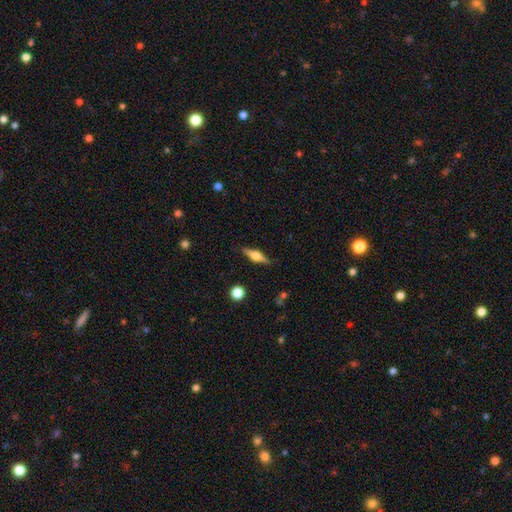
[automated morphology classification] smooth_or_featured: featured or disk (p=0.63) [alt: smooth p=0.30]
disk_edge_on: yes (p=0.96) [alt: no p=0.04]
edge_on_bulge: rounded (p=0.92) [alt: boxy p=0.06]
merging: none (p=0.88) [alt: minor disturbance p=0.09]